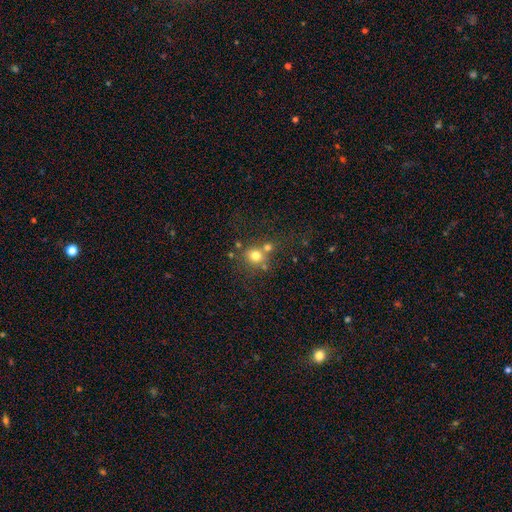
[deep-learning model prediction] Smooth or featured?
  - smooth: 72% *
  - star or artifact: 16%
  - featured or disk: 12%
How rounded?
  - round: 82% *
  - in between: 17%
  - cigar-shaped: 1%
Merging?
  - none: 51% *
  - merger: 34%
  - minor disturbance: 10%
  - major disturbance: 5%